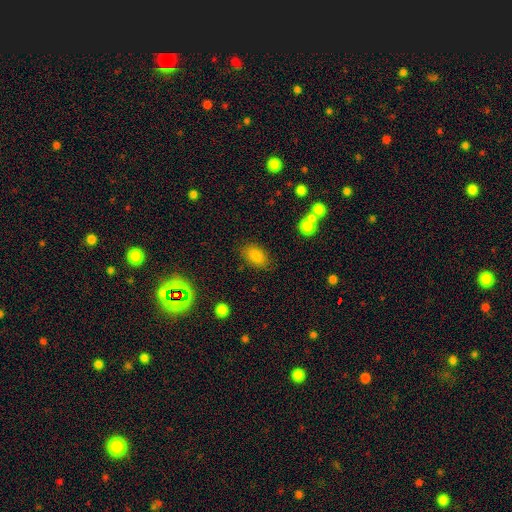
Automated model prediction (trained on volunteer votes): This appears to be a smooth galaxy with no disk features (84%) that is in between round and cigar-shaped (90%). Merging: none (82%).